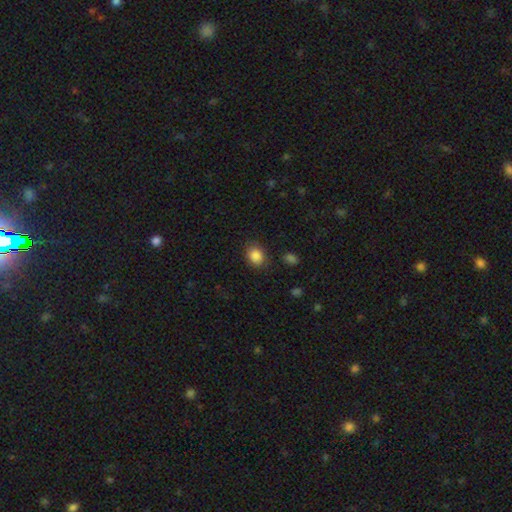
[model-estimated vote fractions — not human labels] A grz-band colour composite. It shows a smooth galaxy with no disk features (86%) that is in between round and cigar-shaped (51%). Merging: none (83%).